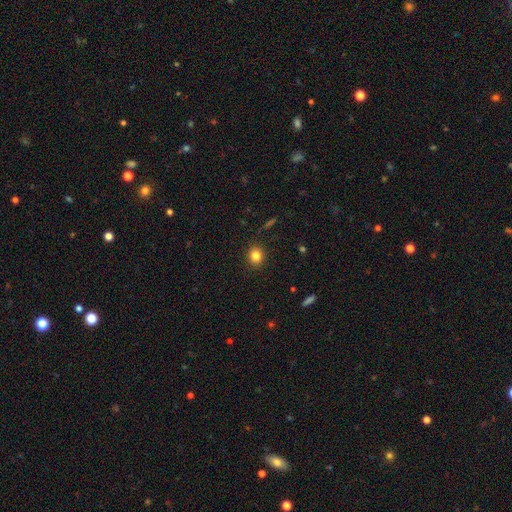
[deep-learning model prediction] This is clearly a smooth galaxy (82%). How rounded: likely round (75%). Merging: clearly none (90%).